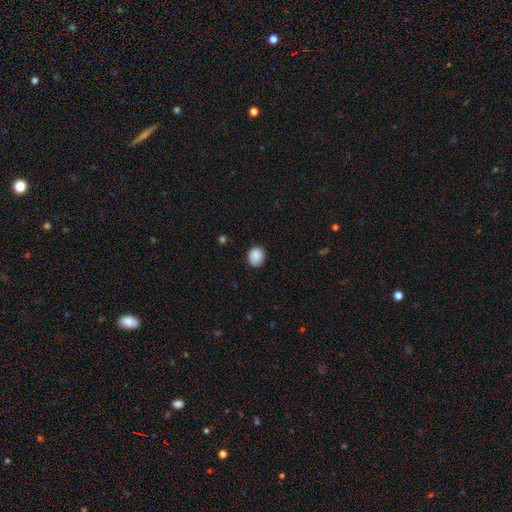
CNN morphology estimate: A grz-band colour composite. It shows a smooth galaxy with no disk features (89%) that is round (68%). Merging: none (83%).